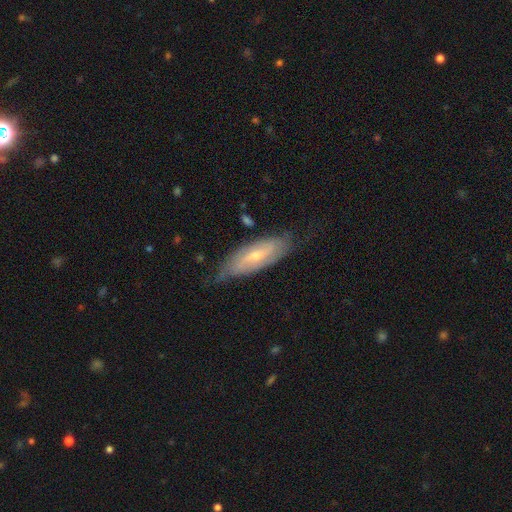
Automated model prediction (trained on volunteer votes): Q: Smooth or featured?
A: featured or disk (66%); runner-up: smooth (28%)
Q: Edge-on disk?
A: no (79%); runner-up: yes (21%)
Q: Bar?
A: weak (43%); runner-up: no (38%)
Q: Spiral arms?
A: yes (82%); runner-up: no (18%)
Q: Bulge size?
A: small (59%); runner-up: moderate (37%)
Q: Merging?
A: none (68%); runner-up: minor disturbance (24%)